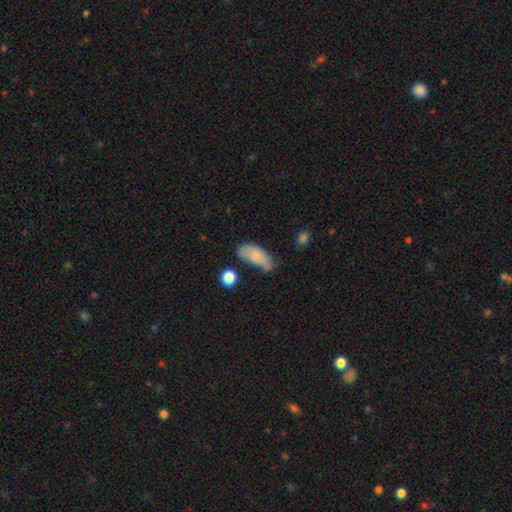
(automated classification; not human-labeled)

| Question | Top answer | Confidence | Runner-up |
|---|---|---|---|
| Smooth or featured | smooth | 78% | featured or disk (14%) |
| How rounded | in between | 89% | cigar-shaped (8%) |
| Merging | none | 39% | tied: minor disturbance (39%) |